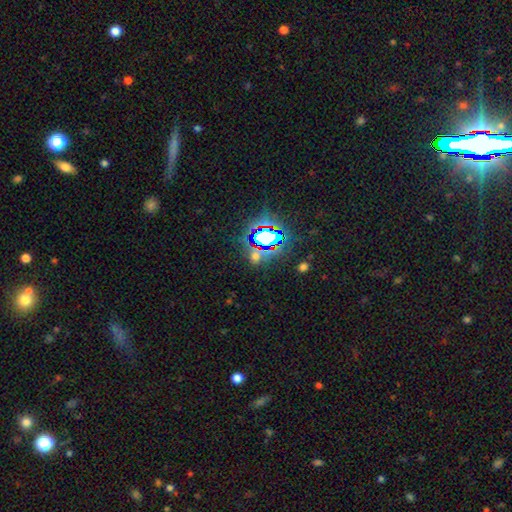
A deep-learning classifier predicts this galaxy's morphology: Q: Smooth or featured?
A: star or artifact (64%); runner-up: smooth (27%)